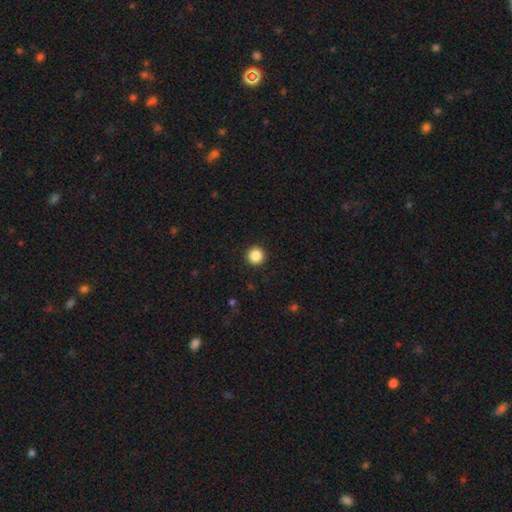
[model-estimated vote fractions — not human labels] The model was most divided on "smooth or featured": smooth: 87%, star or artifact: 10%, featured or disk: 3%. More confident: how rounded — round (96%); merging — none (93%).